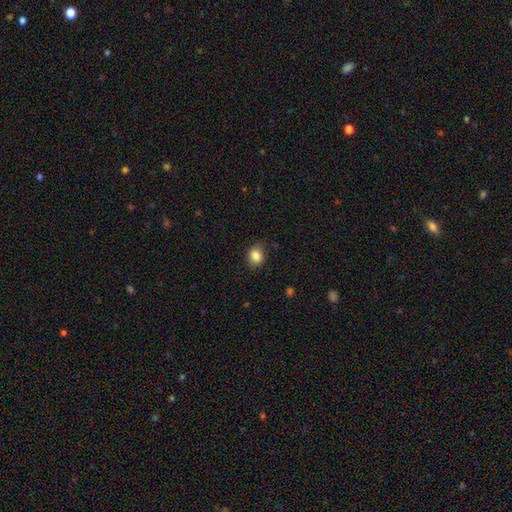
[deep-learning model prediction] This is clearly a smooth galaxy (86%). How rounded: possibly in between (55%). Merging: likely none (79%).